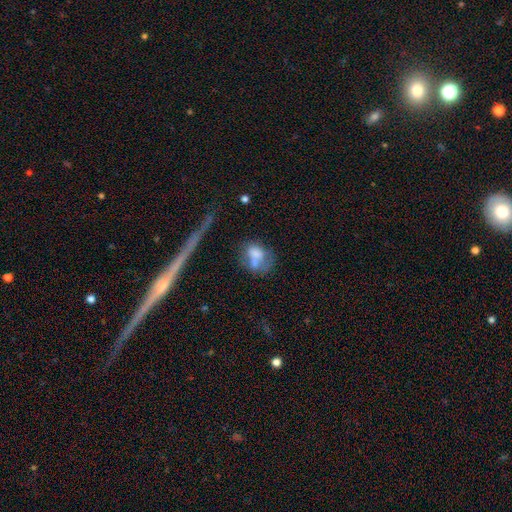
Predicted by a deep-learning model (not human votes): A smooth galaxy with no disk features (62%) that is in between round and cigar-shaped (66%).

Vote fractions:
- Smooth or featured? smooth: 62% / featured or disk: 28% / star or artifact: 10%
- How rounded? in between: 66% / round: 31% / cigar-shaped: 3%
- Merging? none: 31% / merger: 29% / major disturbance: 21% / minor disturbance: 19%